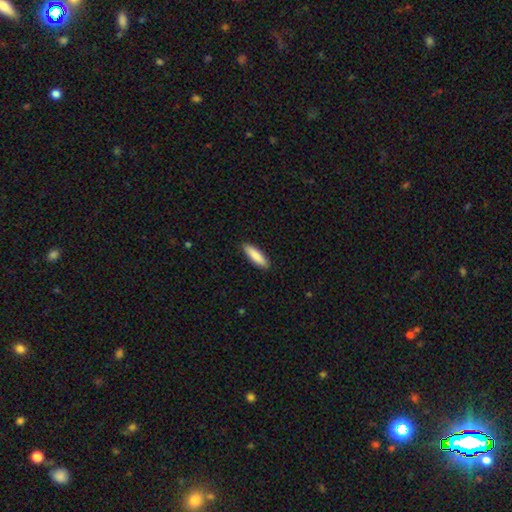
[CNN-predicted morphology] Smooth or featured? Predicted: smooth (p=0.87). How rounded? Predicted: cigar-shaped (p=0.60). Merging? Predicted: none (p=0.90).